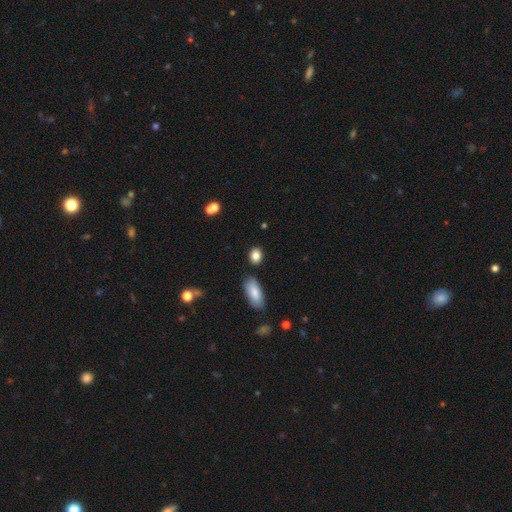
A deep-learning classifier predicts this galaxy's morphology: Smooth or featured: smooth — 85% (star or artifact — 9%)
How rounded: in between — 61% (round — 36%)
Merging: none — 81% (minor disturbance — 11%)